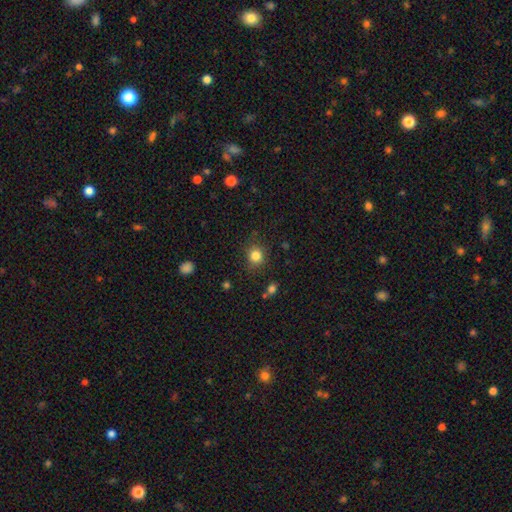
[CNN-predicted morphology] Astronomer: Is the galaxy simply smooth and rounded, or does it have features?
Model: smooth — 83%.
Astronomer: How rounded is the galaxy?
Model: round — 82%.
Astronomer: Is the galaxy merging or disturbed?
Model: none — 83%.